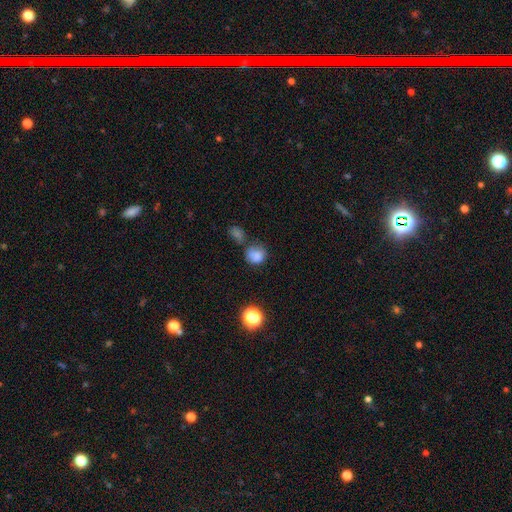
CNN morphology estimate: Smooth or featured: smooth — 80% (star or artifact — 13%)
How rounded: round — 76% (in between — 23%)
Merging: none — 51% (merger — 21%)